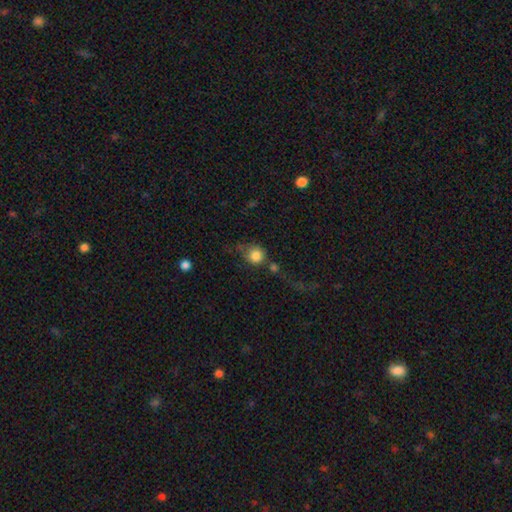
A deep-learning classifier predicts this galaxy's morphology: smooth 81%, featured or disk 9%, star or artifact 9%. Down the decision tree: how rounded — round (85%); merging — none (40%).